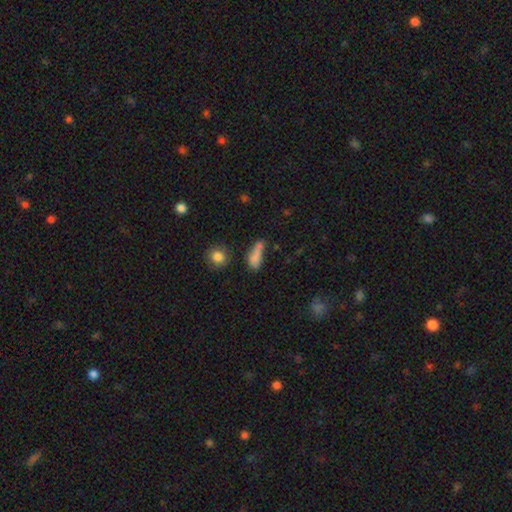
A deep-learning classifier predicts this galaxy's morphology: smooth-or-featured: smooth: 74% | featured or disk: 13% | star or artifact: 13%
  how-rounded: in between: 55% | cigar-shaped: 37% | round: 8%
  merging: none: 40% | merger: 23% | minor disturbance: 22% | major disturbance: 15%